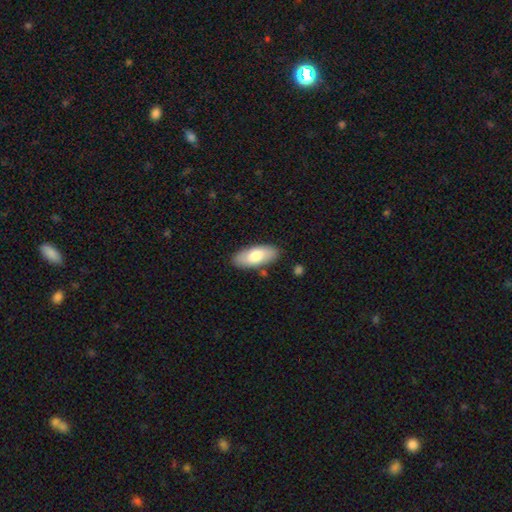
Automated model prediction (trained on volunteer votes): The model was most divided on "smooth or featured": smooth: 74%, featured or disk: 21%, star or artifact: 5%. More confident: how rounded — in between (87%); merging — none (85%).